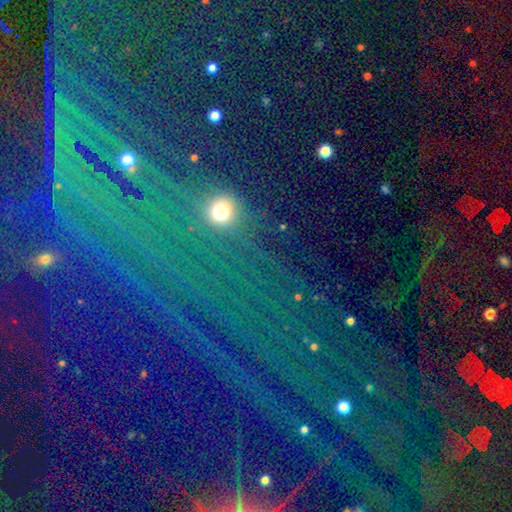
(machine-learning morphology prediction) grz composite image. It shows a star or artifact, not a galaxy (81%).